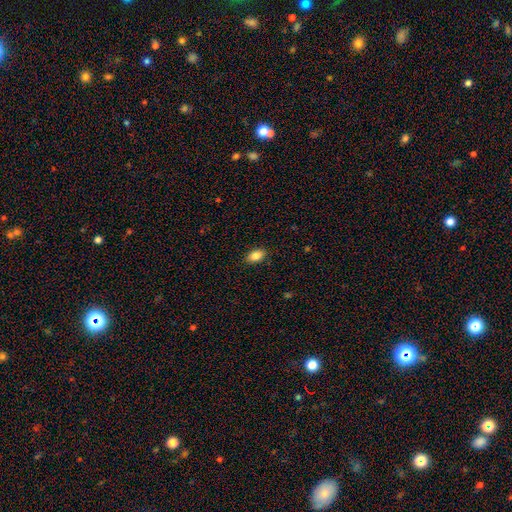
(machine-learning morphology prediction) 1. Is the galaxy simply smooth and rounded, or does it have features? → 86% smooth, 8% star or artifact, 6% featured or disk.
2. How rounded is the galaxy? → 88% in between, 10% round, 2% cigar-shaped.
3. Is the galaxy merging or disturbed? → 88% none, 9% minor disturbance, 2% major disturbance, 1% merger.